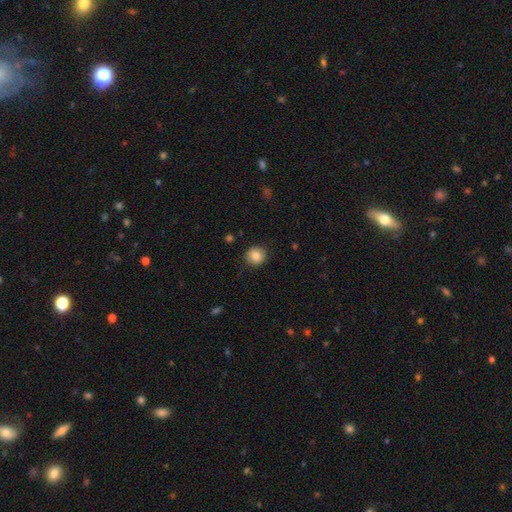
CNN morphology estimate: smooth-or-featured: smooth: 85% | star or artifact: 9% | featured or disk: 5%
  how-rounded: round: 91% | in between: 8% | cigar-shaped: 1%
  merging: none: 89% | minor disturbance: 8% | major disturbance: 2% | merger: 1%